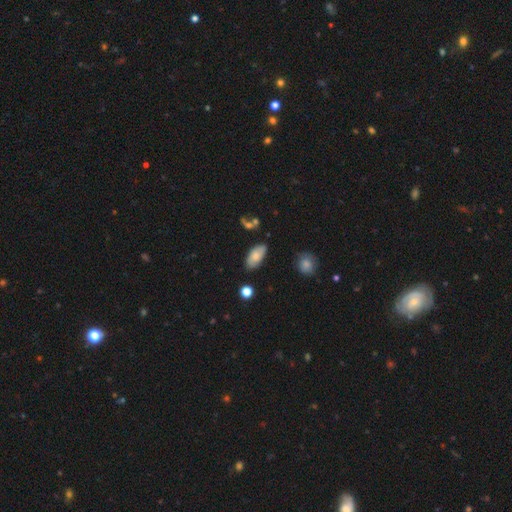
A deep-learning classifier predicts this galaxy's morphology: The model was most divided on "smooth or featured": smooth: 74%, featured or disk: 18%, star or artifact: 8%. More confident: how rounded — in between (92%); merging — none (76%).